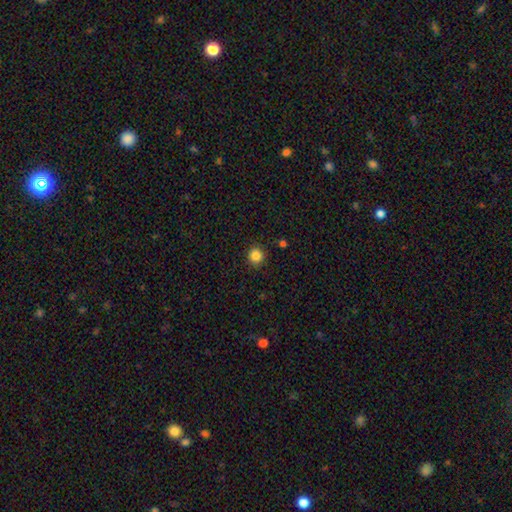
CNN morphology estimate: Smooth or featured?
  - smooth: 84% *
  - star or artifact: 12%
  - featured or disk: 4%
How rounded?
  - round: 93% *
  - in between: 6%
  - cigar-shaped: 1%
Merging?
  - none: 91% *
  - minor disturbance: 6%
  - major disturbance: 2%
  - merger: 1%